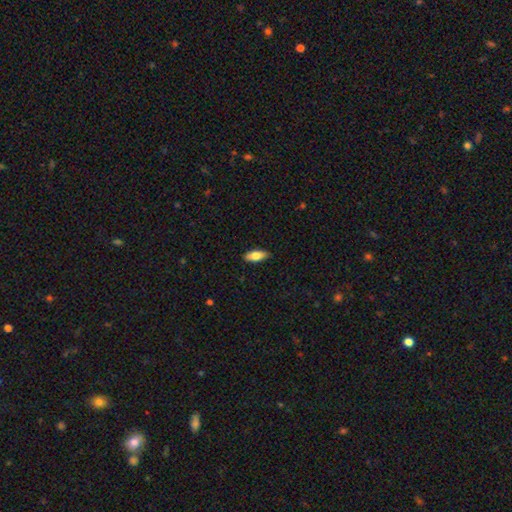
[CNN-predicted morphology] smooth-or-featured: smooth: 75% | featured or disk: 18% | star or artifact: 6%
  how-rounded: in between: 79% | cigar-shaped: 19% | round: 2%
  merging: none: 88% | minor disturbance: 9% | major disturbance: 2% | merger: 1%